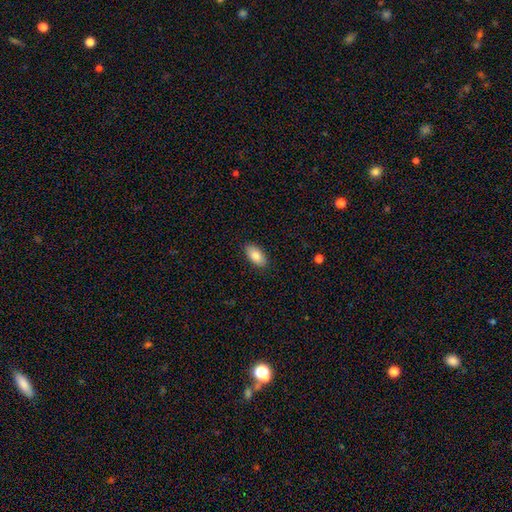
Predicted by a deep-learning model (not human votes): smooth_or_featured: smooth (p=0.84) [alt: featured or disk p=0.09]
how_rounded: in between (p=0.94) [alt: cigar-shaped p=0.03]
merging: none (p=0.88) [alt: minor disturbance p=0.09]